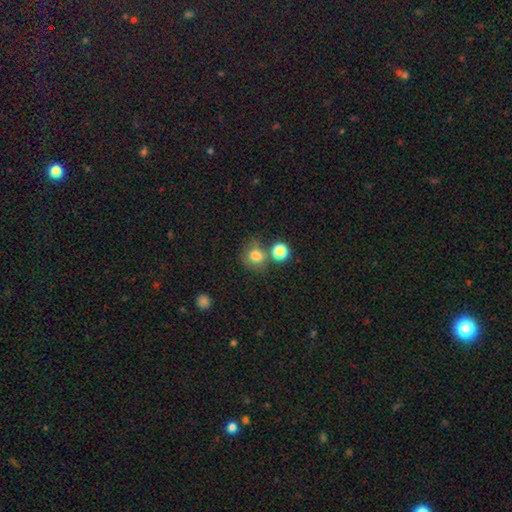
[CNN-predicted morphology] Smooth or featured? Predicted: smooth (p=0.77). How rounded? Predicted: round (p=0.72). Merging? Predicted: none (p=0.51).